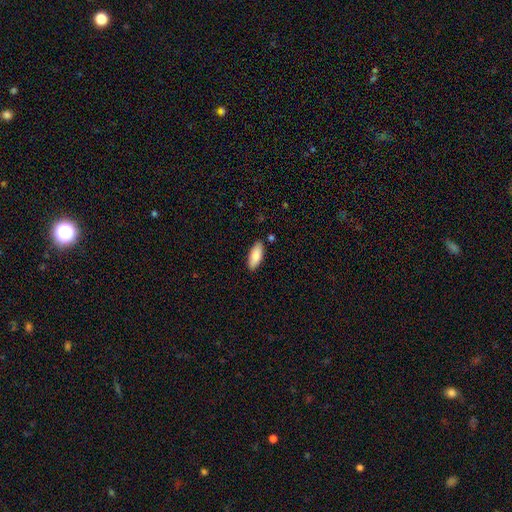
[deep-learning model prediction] Smooth or featured?
  - smooth: 86% *
  - featured or disk: 9%
  - star or artifact: 6%
How rounded?
  - in between: 79% *
  - cigar-shaped: 20%
  - round: 2%
Merging?
  - none: 85% *
  - minor disturbance: 11%
  - merger: 3%
  - major disturbance: 2%